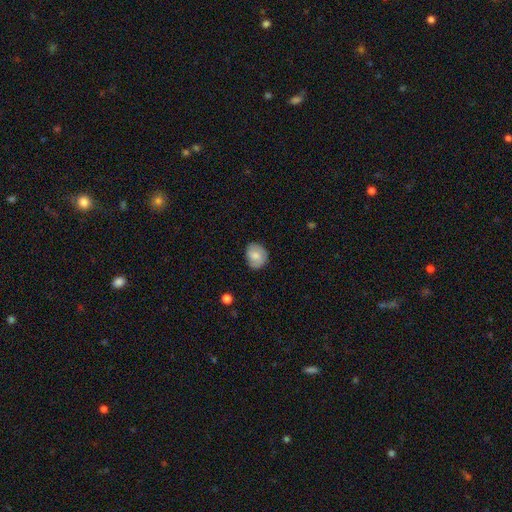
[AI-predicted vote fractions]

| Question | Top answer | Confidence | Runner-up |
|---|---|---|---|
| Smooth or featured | smooth | 76% | featured or disk (17%) |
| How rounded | round | 56% | in between (43%) |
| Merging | none | 77% | minor disturbance (18%) |